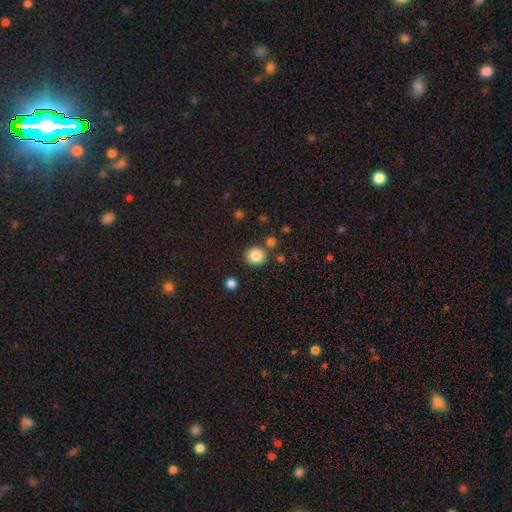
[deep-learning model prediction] Smooth or featured?
  - smooth: 84% *
  - star or artifact: 10%
  - featured or disk: 5%
How rounded?
  - round: 88% *
  - in between: 11%
  - cigar-shaped: 1%
Merging?
  - none: 83% *
  - minor disturbance: 8%
  - merger: 7%
  - major disturbance: 3%